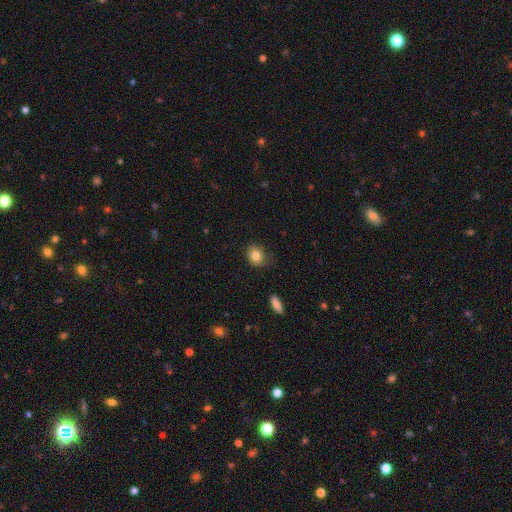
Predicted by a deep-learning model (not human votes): Smooth or featured? Predicted: smooth (p=0.82). How rounded? Predicted: round (p=0.60). Merging? Predicted: none (p=0.72).